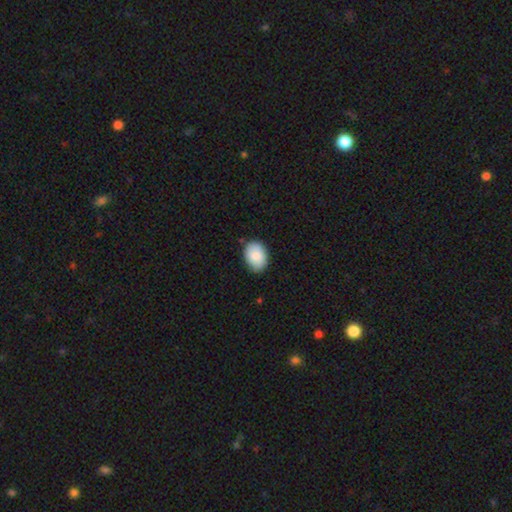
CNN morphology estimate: smooth 86%, featured or disk 7%, star or artifact 6%. Down the decision tree: how rounded — in between (79%); merging — none (82%).